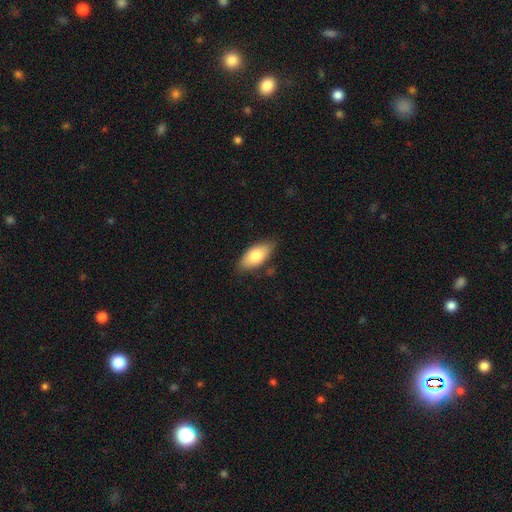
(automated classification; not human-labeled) A smooth galaxy with no disk features (78%) that is in between round and cigar-shaped (90%).

Vote fractions:
- Smooth or featured? smooth: 78% / featured or disk: 16% / star or artifact: 6%
- How rounded? in between: 90% / cigar-shaped: 7% / round: 3%
- Merging? none: 79% / minor disturbance: 16% / major disturbance: 3% / merger: 2%